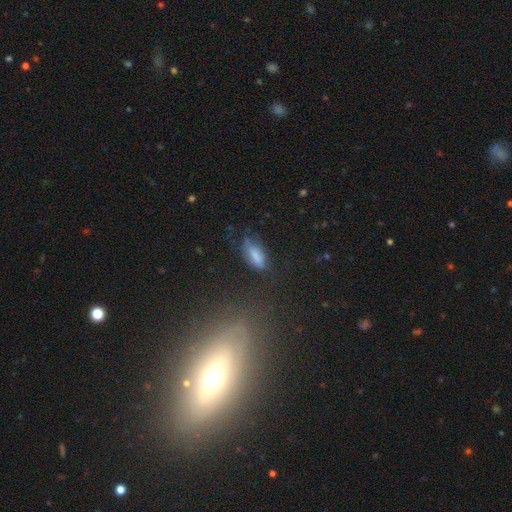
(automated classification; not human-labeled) The model was most divided on "merging": none: 59%, minor disturbance: 25%, major disturbance: 12%, merger: 3%. More confident: how rounded — in between (66%); smooth or featured — smooth (66%).